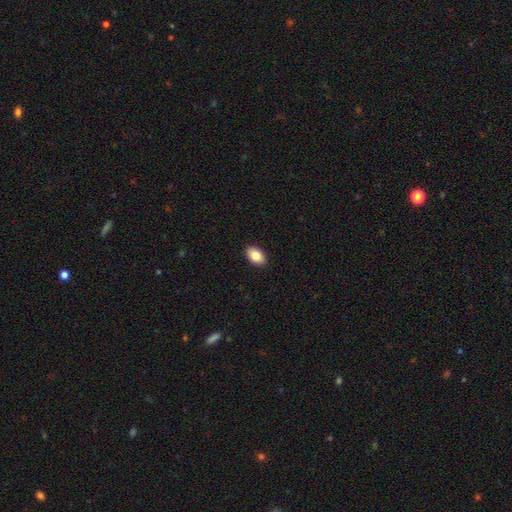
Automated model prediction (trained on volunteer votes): smooth-or-featured: smooth: 84% | featured or disk: 8% | star or artifact: 7%
  how-rounded: in between: 90% | round: 9% | cigar-shaped: 1%
  merging: none: 91% | minor disturbance: 7% | major disturbance: 2% | merger: 1%